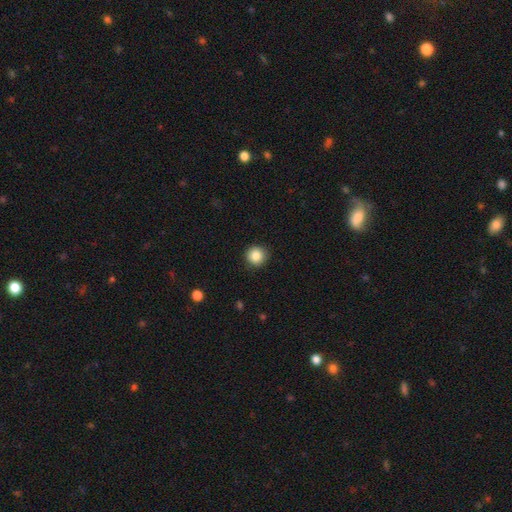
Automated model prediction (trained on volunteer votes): smooth 86%, star or artifact 10%, featured or disk 5%. Down the decision tree: how rounded — round (94%); merging — none (90%).